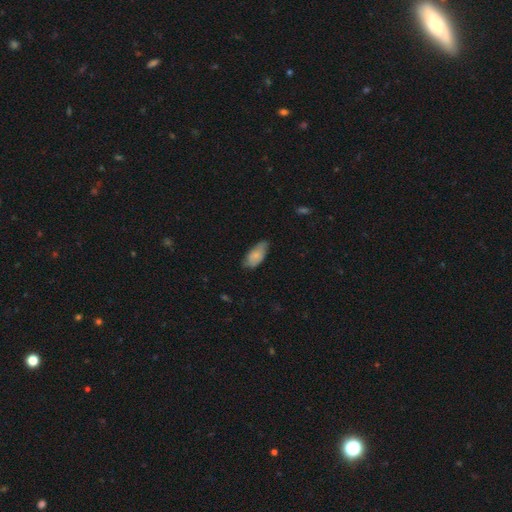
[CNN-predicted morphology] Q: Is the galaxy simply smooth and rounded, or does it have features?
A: smooth — 76%.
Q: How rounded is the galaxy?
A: in between — 91%.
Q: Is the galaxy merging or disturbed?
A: none — 60%.